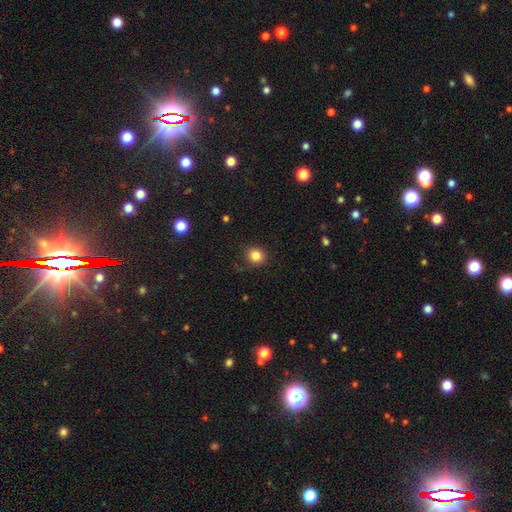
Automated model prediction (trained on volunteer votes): The model was most divided on "how rounded": round: 81%, in between: 18%, cigar-shaped: 1%. More confident: merging — none (85%); smooth or featured — smooth (83%).